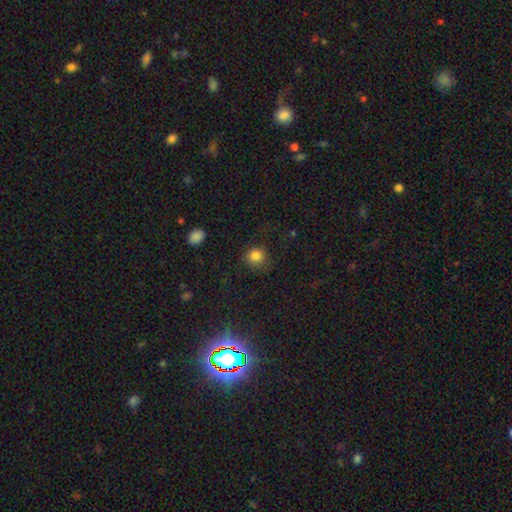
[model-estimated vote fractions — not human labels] A smooth galaxy with no disk features (84%) that is round (88%). Merging: none (81%).